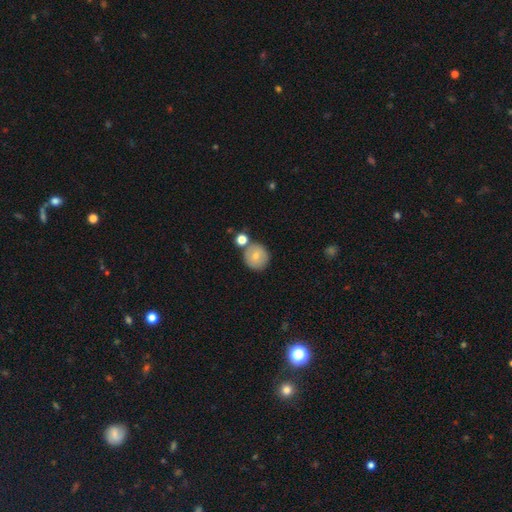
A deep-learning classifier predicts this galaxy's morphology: Smooth or featured? Predicted: smooth (p=0.74). How rounded? Predicted: round (p=0.91). Merging? Predicted: none (p=0.71).